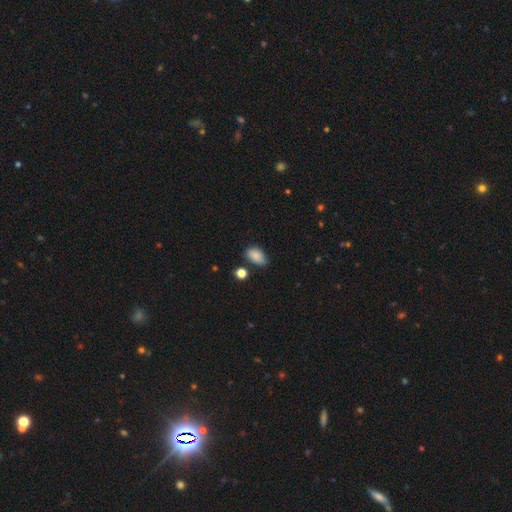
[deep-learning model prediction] Overall: smooth (86%). How rounded: in between (89%). Merging: none (66%).